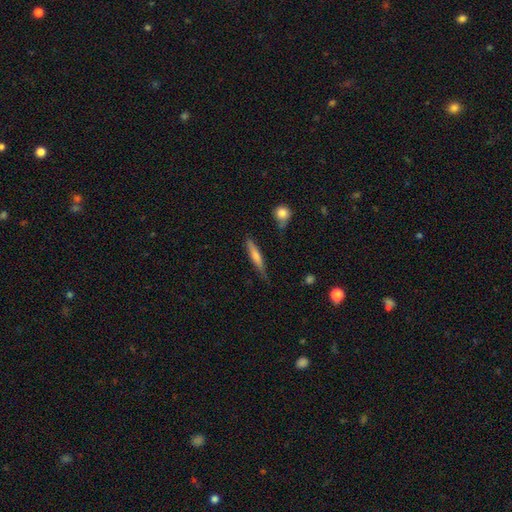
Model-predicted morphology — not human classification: A featured or disk galaxy (47%). Merging: none (79%).